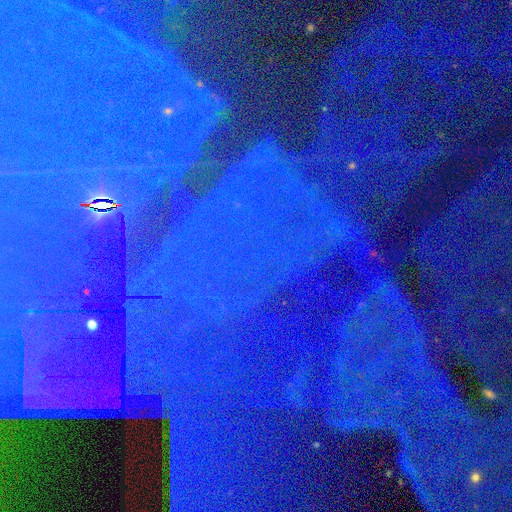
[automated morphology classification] Smooth or featured: star or artifact — 86% (featured or disk — 8%)